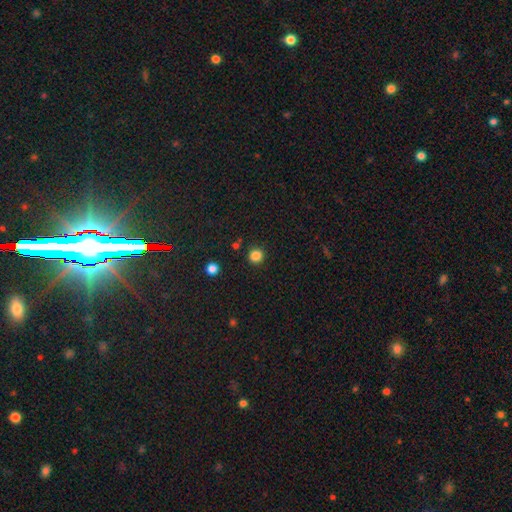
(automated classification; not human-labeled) A smooth galaxy with no disk features (85%) that is round (92%). Merging: none (90%).